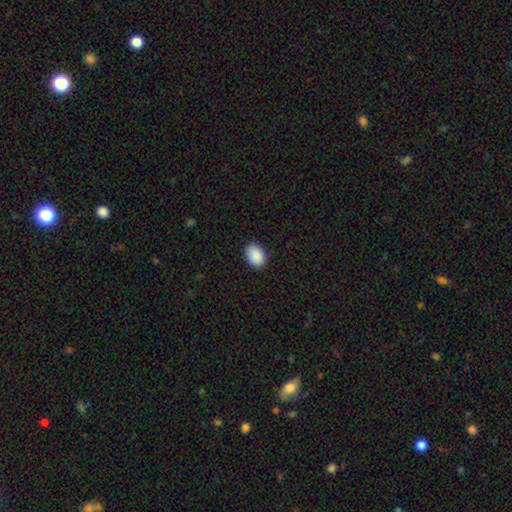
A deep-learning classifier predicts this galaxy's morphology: type=smooth (91%); roundness=in between (83%); merging=none (88%).